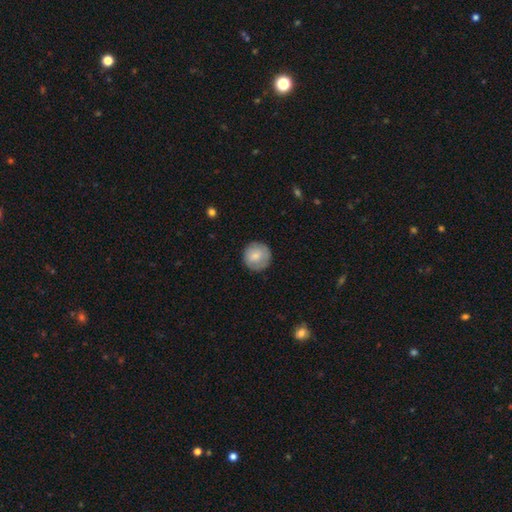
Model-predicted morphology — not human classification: type=smooth (75%); roundness=round (93%); merging=none (83%).